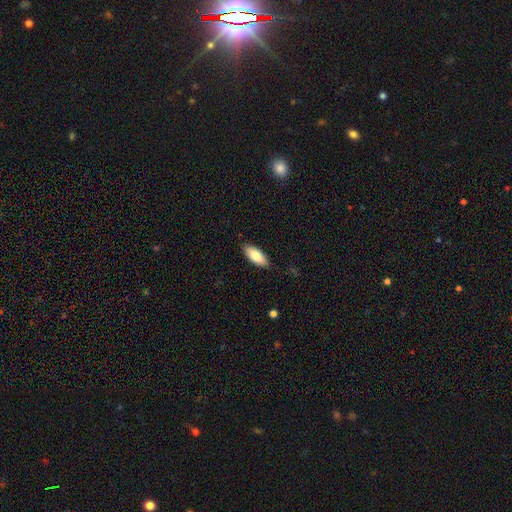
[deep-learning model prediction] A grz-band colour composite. It shows a smooth galaxy with no disk features (81%) that is in between round and cigar-shaped (84%). Merging: none (87%).